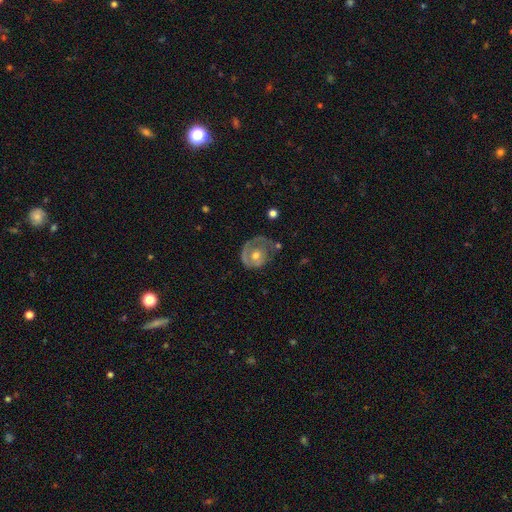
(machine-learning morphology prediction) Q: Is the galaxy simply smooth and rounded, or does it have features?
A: featured or disk — 64%.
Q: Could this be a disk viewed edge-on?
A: no — 97%.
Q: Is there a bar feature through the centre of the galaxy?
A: no — 82%.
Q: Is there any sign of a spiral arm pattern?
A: yes — 58%.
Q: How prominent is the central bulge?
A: moderate — 70%.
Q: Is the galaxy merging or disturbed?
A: none — 45%.